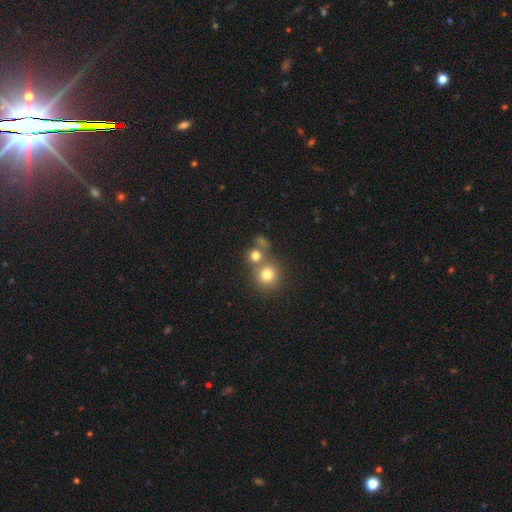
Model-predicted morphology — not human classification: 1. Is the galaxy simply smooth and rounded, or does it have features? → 73% smooth, 17% star or artifact, 10% featured or disk.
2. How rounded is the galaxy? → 85% round, 13% in between, 1% cigar-shaped.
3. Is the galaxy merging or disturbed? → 54% none, 34% merger, 8% minor disturbance, 4% major disturbance.